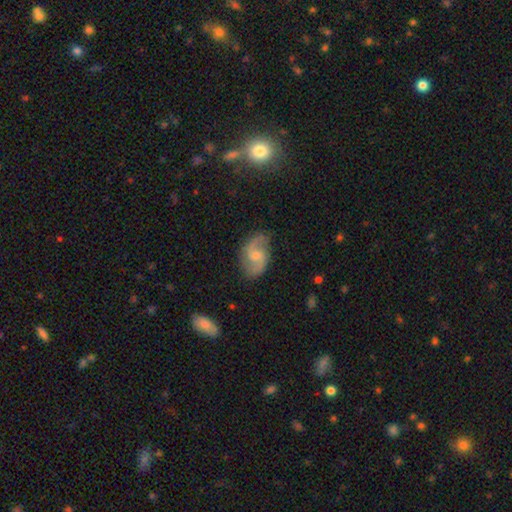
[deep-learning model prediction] Smooth or featured?
  - featured or disk: 81% *
  - smooth: 12%
  - star or artifact: 6%
Edge-on disk?
  - no: 97% *
  - yes: 3%
Bar?
  - no: 47% *
  - weak: 45%
  - strong: 8%
Spiral arms?
  - yes: 96% *
  - no: 4%
Spiral winding?
  - medium: 47% *
  - loose: 39%
  - tight: 14%
Spiral arm count?
  - 2: 91% *
  - can't tell: 4%
  - 1: 2%
  - 3: 1%
  - 4: 1%
  - more than 4: 1%
Bulge size?
  - small: 48% *
  - moderate: 43%
  - none: 6%
  - large: 2%
  - dominant: 1%
Merging?
  - none: 78% *
  - minor disturbance: 16%
  - major disturbance: 4%
  - merger: 1%